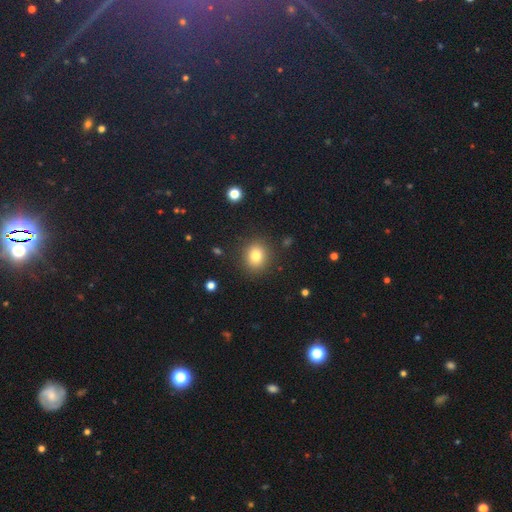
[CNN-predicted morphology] Overall: smooth (80%). How rounded: round (72%). Merging: none (88%).